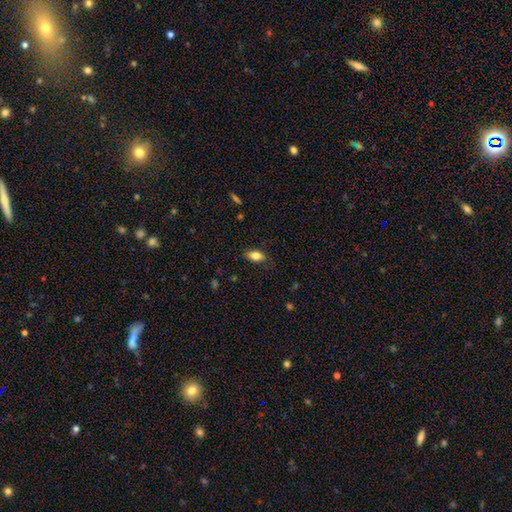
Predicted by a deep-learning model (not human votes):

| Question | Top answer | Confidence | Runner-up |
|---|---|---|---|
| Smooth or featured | smooth | 82% | featured or disk (10%) |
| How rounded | in between | 87% | cigar-shaped (7%) |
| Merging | none | 78% | minor disturbance (17%) |